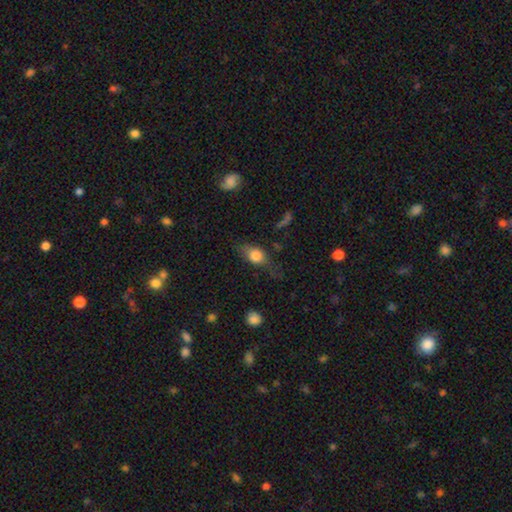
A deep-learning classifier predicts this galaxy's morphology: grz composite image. It shows a smooth galaxy with no disk features (73%) that is in between round and cigar-shaped (70%). Merging: none (58%).